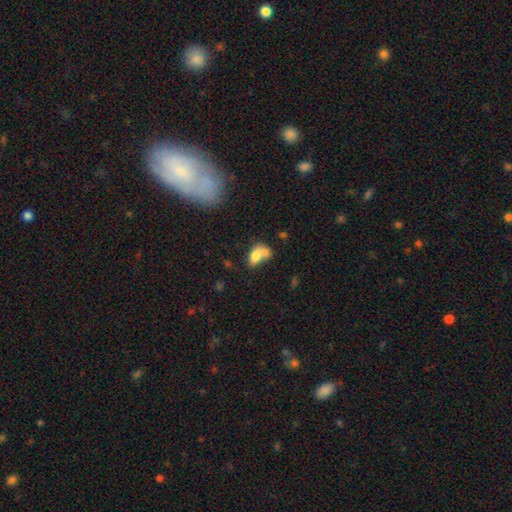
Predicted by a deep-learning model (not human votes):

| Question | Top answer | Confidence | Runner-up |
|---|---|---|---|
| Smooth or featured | smooth | 72% | featured or disk (18%) |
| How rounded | in between | 81% | round (17%) |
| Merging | merger | 64% | none (20%) |